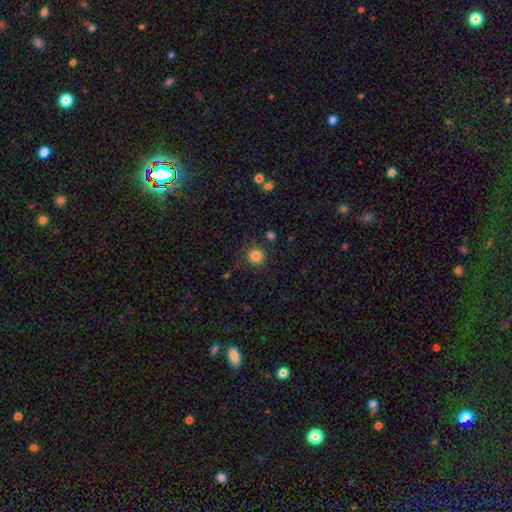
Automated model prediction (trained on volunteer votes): Smooth or featured? Predicted: smooth (p=0.84). How rounded? Predicted: round (p=0.93). Merging? Predicted: none (p=0.86).